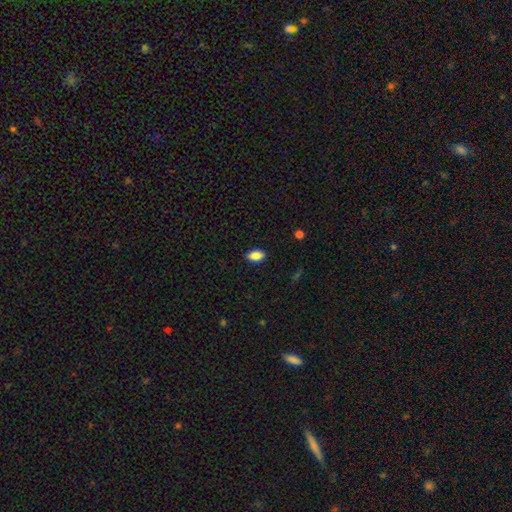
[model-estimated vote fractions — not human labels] A smooth galaxy with no disk features (88%) that is in between round and cigar-shaped (90%).

Vote fractions:
- Smooth or featured? smooth: 88% / star or artifact: 8% / featured or disk: 5%
- How rounded? in between: 90% / round: 7% / cigar-shaped: 3%
- Merging? none: 88% / minor disturbance: 9% / major disturbance: 2% / merger: 1%